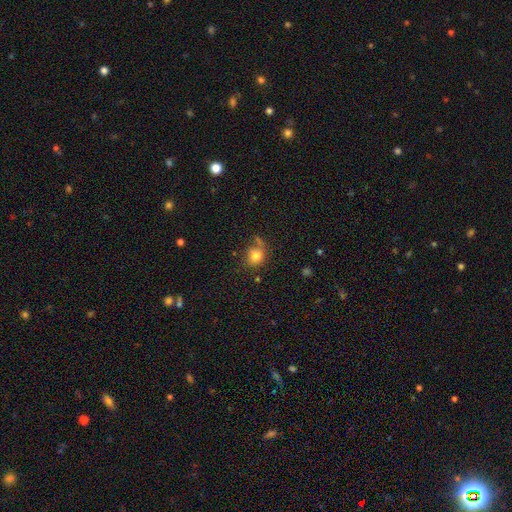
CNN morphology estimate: smooth 80%, star or artifact 11%, featured or disk 9%. Down the decision tree: how rounded — round (72%); merging — none (56%).